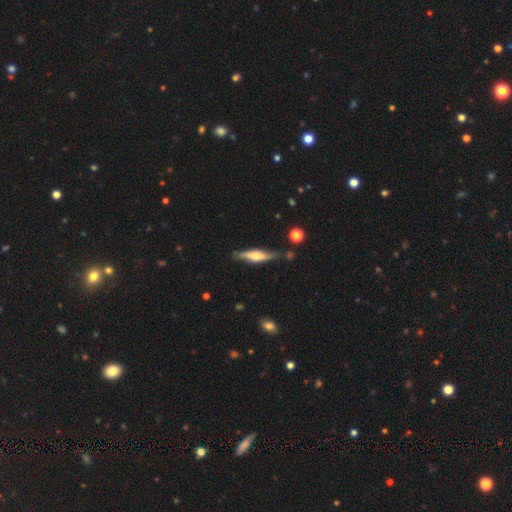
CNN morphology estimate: This is possibly a featured or disk galaxy (59%). It is clearly viewed edge-on (89%). Edge-on bulge: clearly rounded (83%). Merging: likely none (75%).